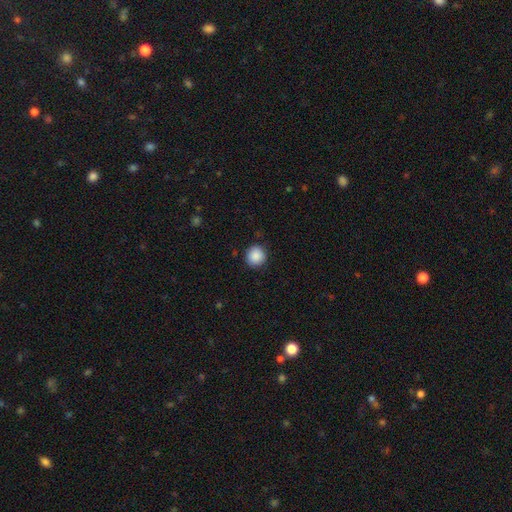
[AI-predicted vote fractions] Morphology: type=smooth (89%); roundness=round (92%); merging=none (90%).